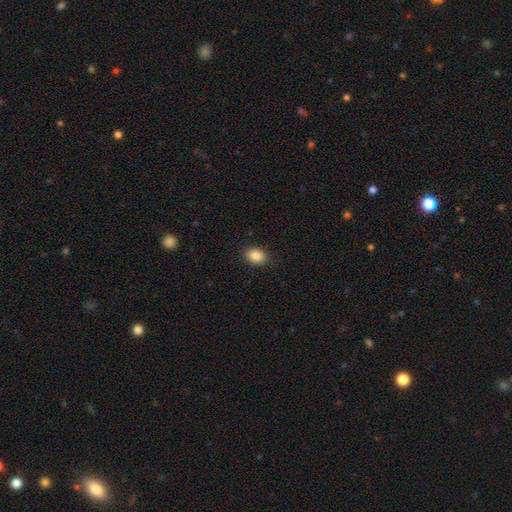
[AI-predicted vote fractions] Q: Smooth or featured?
A: smooth (88%); runner-up: star or artifact (8%)
Q: How rounded?
A: in between (70%); runner-up: round (29%)
Q: Merging?
A: none (89%); runner-up: minor disturbance (8%)